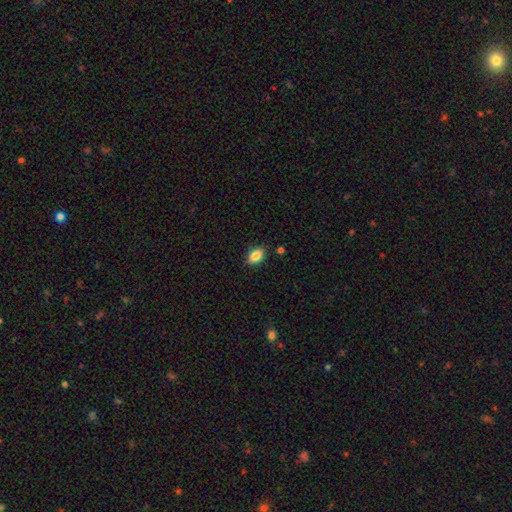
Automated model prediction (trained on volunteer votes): smooth-or-featured: smooth: 86% | star or artifact: 8% | featured or disk: 6%
  how-rounded: in between: 87% | round: 11% | cigar-shaped: 2%
  merging: none: 86% | minor disturbance: 10% | major disturbance: 2% | merger: 2%